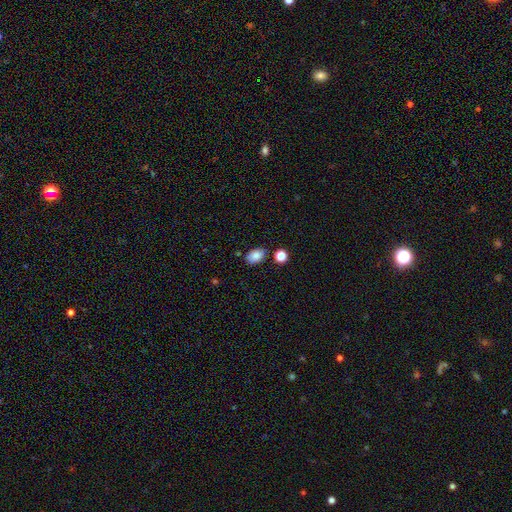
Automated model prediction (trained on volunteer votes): This is clearly a smooth galaxy (83%). How rounded: clearly in between (84%). Merging: likely none (74%).